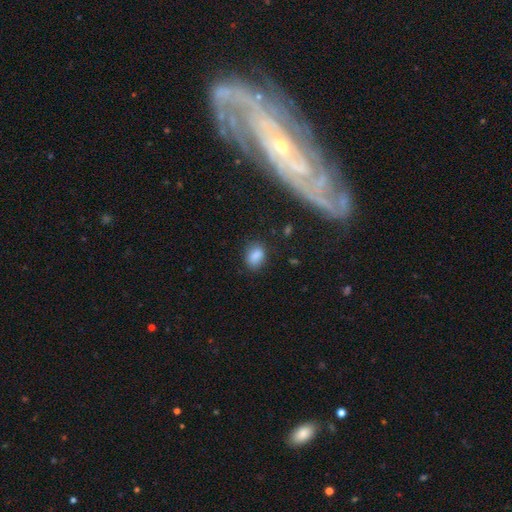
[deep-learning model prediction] This appears to be a smooth galaxy with no disk features (83%) that is in between round and cigar-shaped (76%). Merging: none (75%).